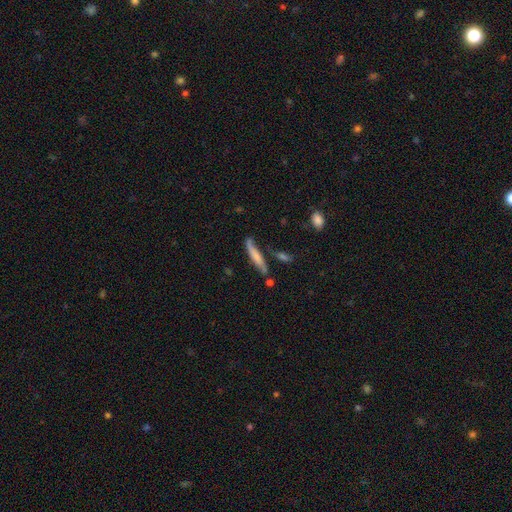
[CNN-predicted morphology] smooth-or-featured: smooth: 60% | featured or disk: 33% | star or artifact: 6%
  how-rounded: cigar-shaped: 89% | in between: 9% | round: 2%
  merging: none: 65% | minor disturbance: 20% | merger: 9% | major disturbance: 6%